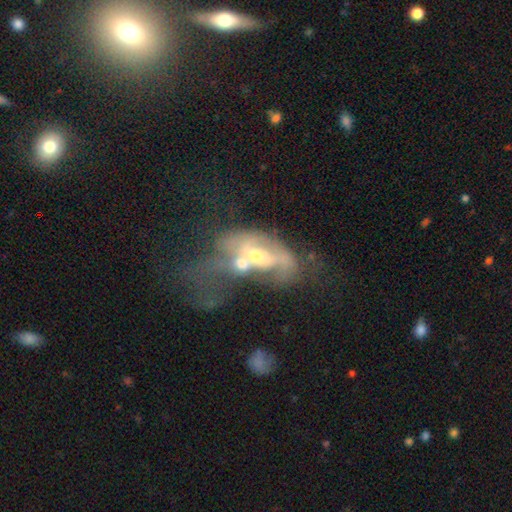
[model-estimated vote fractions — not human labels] Q: Smooth or featured?
A: featured or disk (64%); runner-up: smooth (26%)
Q: Edge-on disk?
A: no (90%); runner-up: yes (10%)
Q: Bar?
A: no (64%); runner-up: weak (25%)
Q: Spiral arms?
A: no (59%); runner-up: yes (41%)
Q: Bulge size?
A: moderate (59%); runner-up: small (31%)
Q: Merging?
A: merger (50%); runner-up: major disturbance (29%)